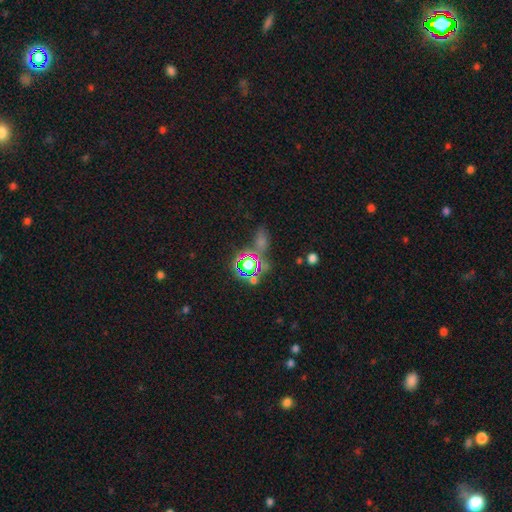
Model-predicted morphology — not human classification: Q: Smooth or featured?
A: star or artifact (63%); runner-up: smooth (25%)